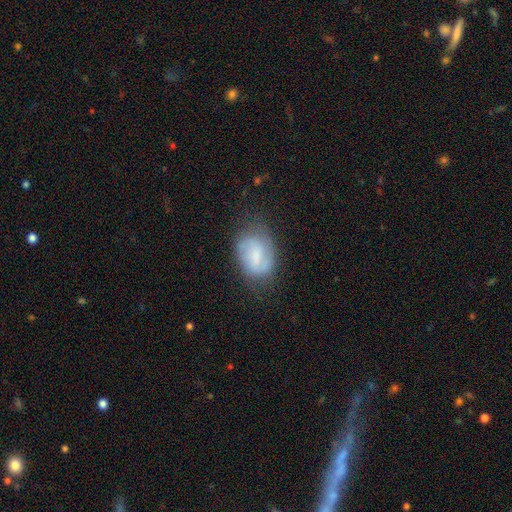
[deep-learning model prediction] This is possibly a featured or disk galaxy (50%). Merging: likely none (61%).